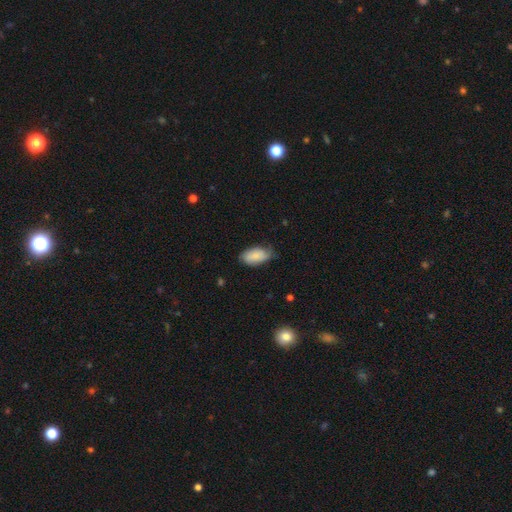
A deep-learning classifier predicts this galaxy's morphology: Smooth or featured? Predicted: smooth (p=0.80). How rounded? Predicted: in between (p=0.94). Merging? Predicted: none (p=0.55).